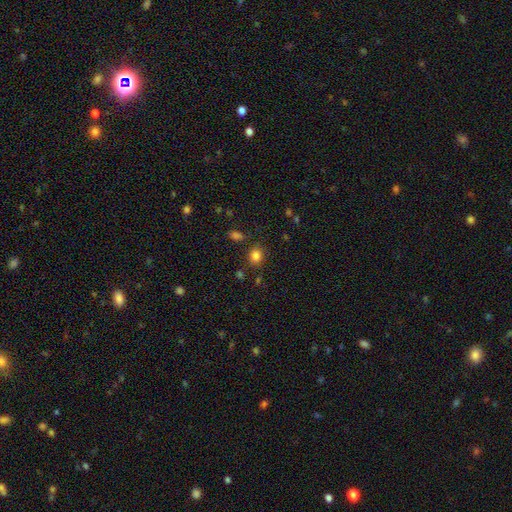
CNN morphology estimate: This is clearly a smooth galaxy (83%). How rounded: likely round (61%). Merging: clearly none (81%).